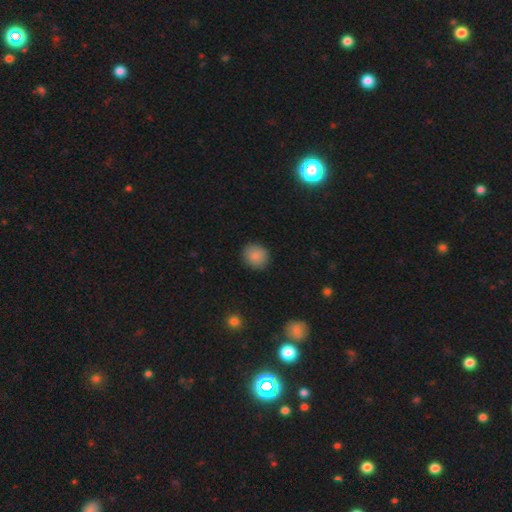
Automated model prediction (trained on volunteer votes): A smooth galaxy with no disk features (87%) that is round (80%). Merging: none (89%).